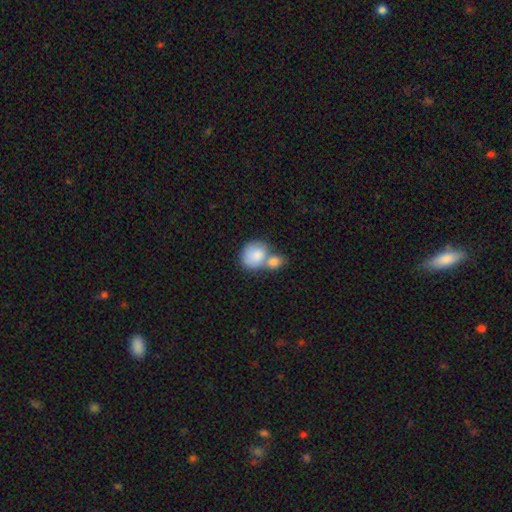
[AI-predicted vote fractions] A smooth galaxy with no disk features (83%) that is round (57%). Merging: merger (59%).